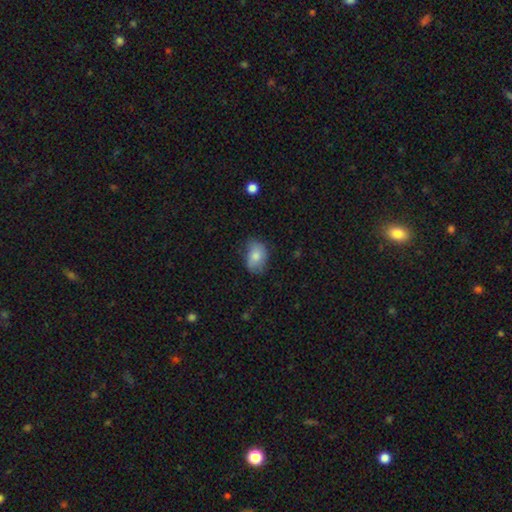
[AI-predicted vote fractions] Overall: smooth (80%). How rounded: in between (81%). Merging: none (65%; minor disturbance 27%).